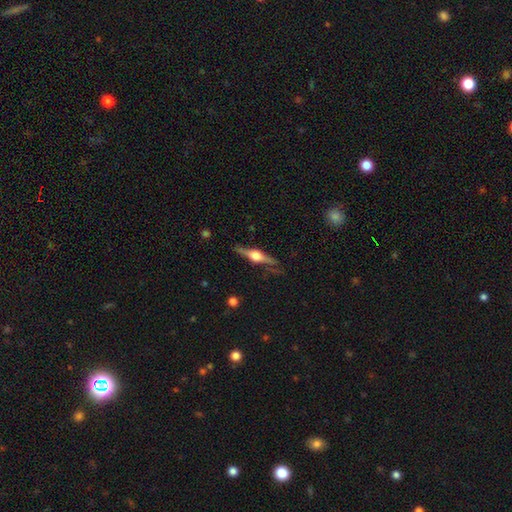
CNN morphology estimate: A featured or disk galaxy (78%) viewed edge-on (97%) with a rounded central bulge (93%). Merging: none (83%).